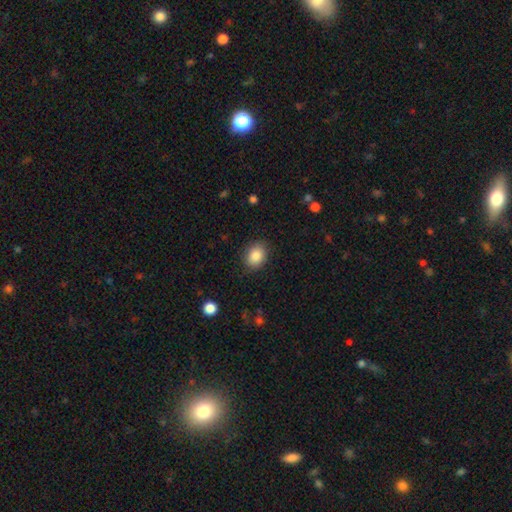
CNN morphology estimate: Smooth or featured? Predicted: smooth (p=0.87). How rounded? Predicted: in between (p=0.56). Merging? Predicted: none (p=0.86).